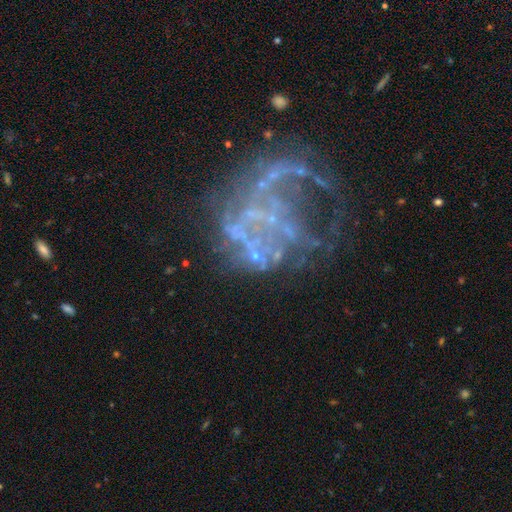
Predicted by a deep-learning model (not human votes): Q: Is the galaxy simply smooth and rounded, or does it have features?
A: featured or disk — 60%.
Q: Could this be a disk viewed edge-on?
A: no — 97%.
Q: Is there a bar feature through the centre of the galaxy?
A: no — 86%.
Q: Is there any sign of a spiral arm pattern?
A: no — 73%.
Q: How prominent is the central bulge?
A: none — 64%.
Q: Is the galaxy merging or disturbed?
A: none — 39%.